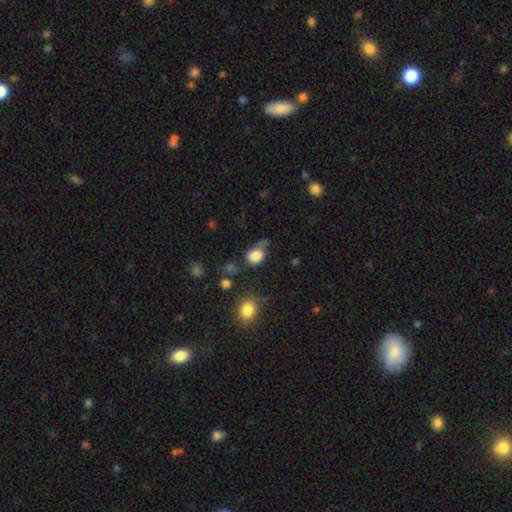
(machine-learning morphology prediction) smooth 81%, star or artifact 10%, featured or disk 9%. Down the decision tree: how rounded — round (56%); merging — none (38%).